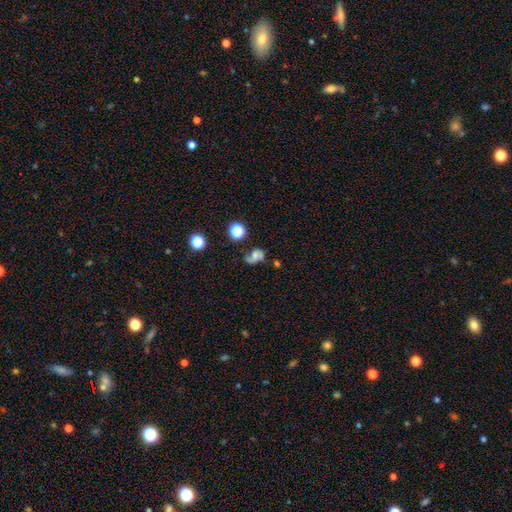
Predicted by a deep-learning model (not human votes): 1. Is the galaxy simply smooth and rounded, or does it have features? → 54% featured or disk, 33% smooth, 13% star or artifact.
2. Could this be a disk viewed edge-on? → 97% no, 3% yes.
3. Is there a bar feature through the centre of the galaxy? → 69% no, 25% weak, 6% strong.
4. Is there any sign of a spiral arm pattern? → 84% yes, 16% no.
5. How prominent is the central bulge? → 47% moderate, 30% small, 11% none, 10% large, 2% dominant.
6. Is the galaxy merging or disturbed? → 49% none, 24% minor disturbance, 18% major disturbance, 9% merger.